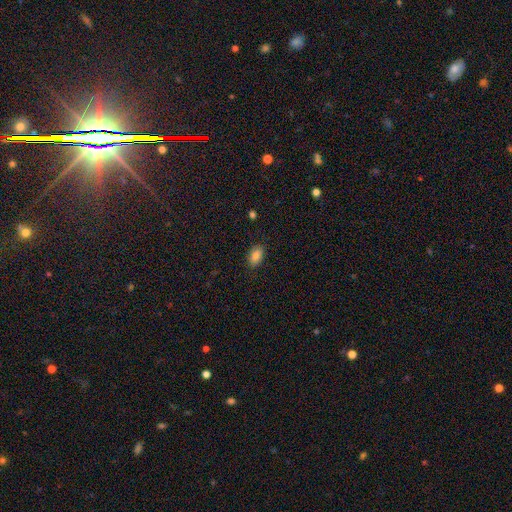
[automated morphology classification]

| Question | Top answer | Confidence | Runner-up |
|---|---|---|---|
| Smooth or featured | smooth | 85% | star or artifact (8%) |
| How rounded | in between | 91% | round (6%) |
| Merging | none | 86% | minor disturbance (10%) |